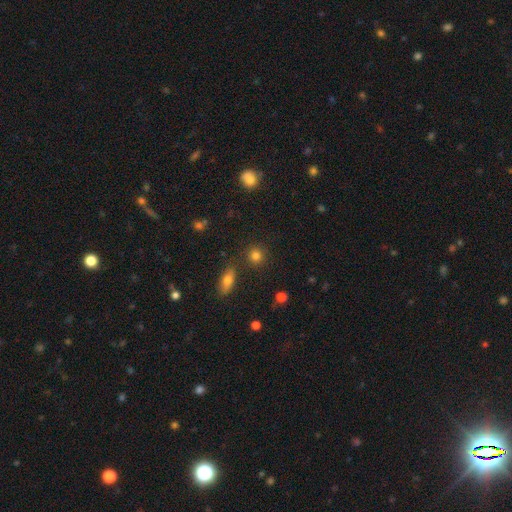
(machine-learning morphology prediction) Smooth or featured?
  - smooth: 81% *
  - star or artifact: 13%
  - featured or disk: 7%
How rounded?
  - round: 88% *
  - in between: 11%
  - cigar-shaped: 2%
Merging?
  - none: 85% *
  - minor disturbance: 8%
  - merger: 4%
  - major disturbance: 3%